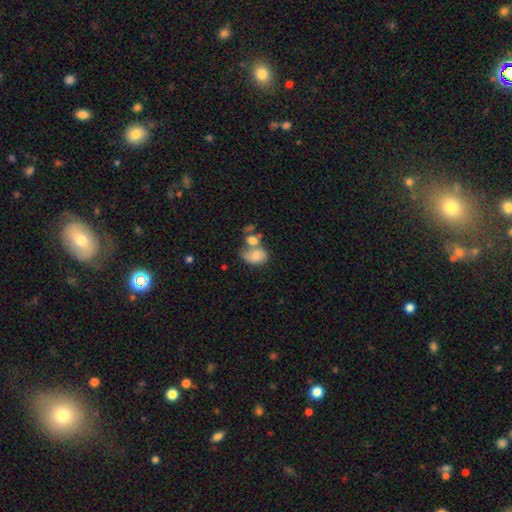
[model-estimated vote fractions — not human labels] A smooth galaxy with no disk features (73%) that is in between round and cigar-shaped (78%). Merging: merger (47%).